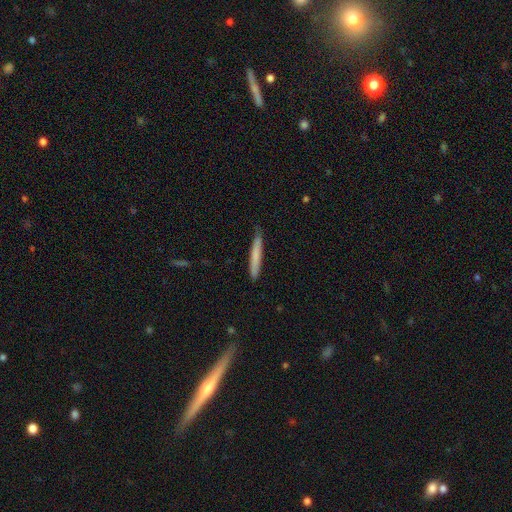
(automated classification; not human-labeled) A smooth galaxy with no disk features (71%) that is cigar-shaped (96%). Merging: none (82%).